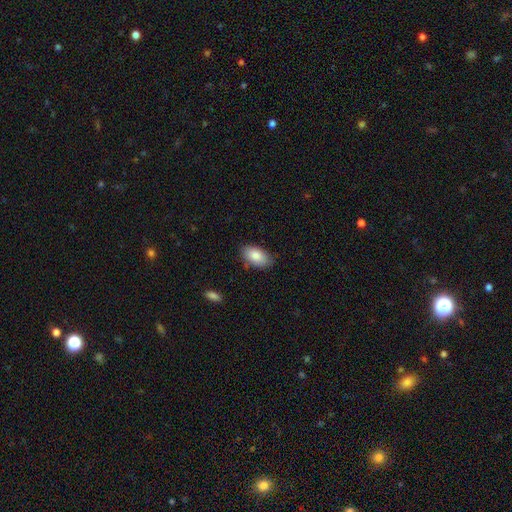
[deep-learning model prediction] Overall: smooth (85%). How rounded: in between (94%). Merging: none (80%).